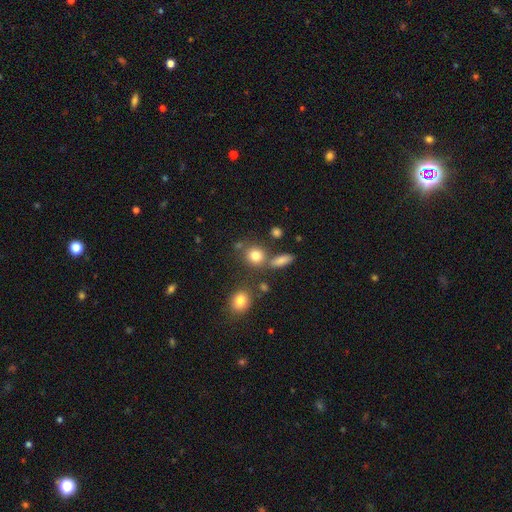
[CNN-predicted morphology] Smooth or featured? Predicted: smooth (p=0.79). How rounded? Predicted: round (p=0.78). Merging? Predicted: none (p=0.70).